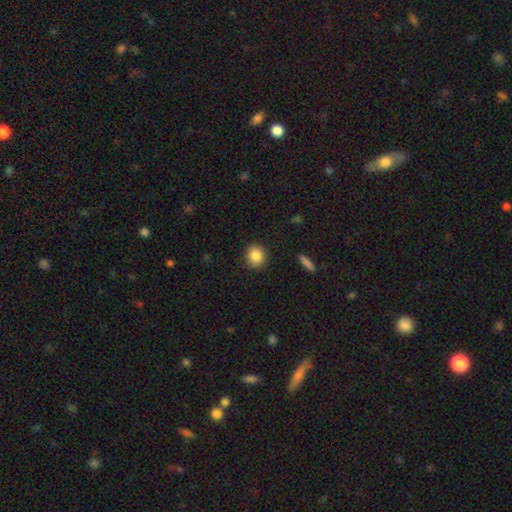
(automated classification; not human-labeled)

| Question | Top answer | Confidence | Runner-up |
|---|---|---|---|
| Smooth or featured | smooth | 85% | star or artifact (9%) |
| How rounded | round | 82% | in between (16%) |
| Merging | none | 88% | minor disturbance (9%) |